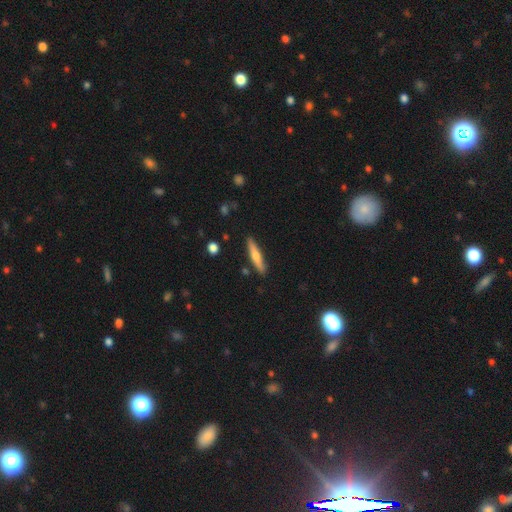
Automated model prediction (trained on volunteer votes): Q: Smooth or featured?
A: smooth (52%); runner-up: featured or disk (42%)
Q: How rounded?
A: cigar-shaped (88%); runner-up: in between (10%)
Q: Merging?
A: none (88%); runner-up: minor disturbance (8%)